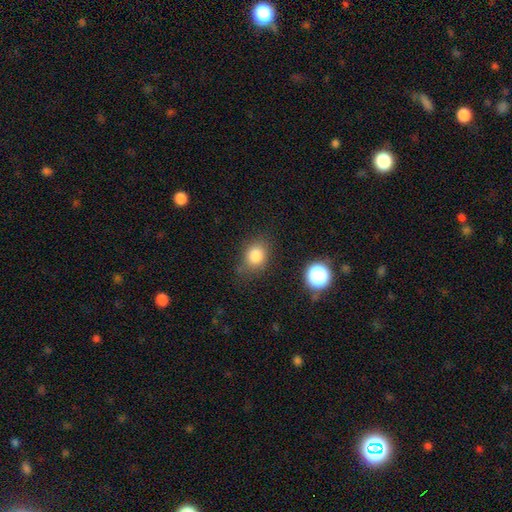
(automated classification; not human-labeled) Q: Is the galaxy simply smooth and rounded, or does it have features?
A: smooth — 82%.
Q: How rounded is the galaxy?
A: round — 53%.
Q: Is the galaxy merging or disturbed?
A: none — 75%.